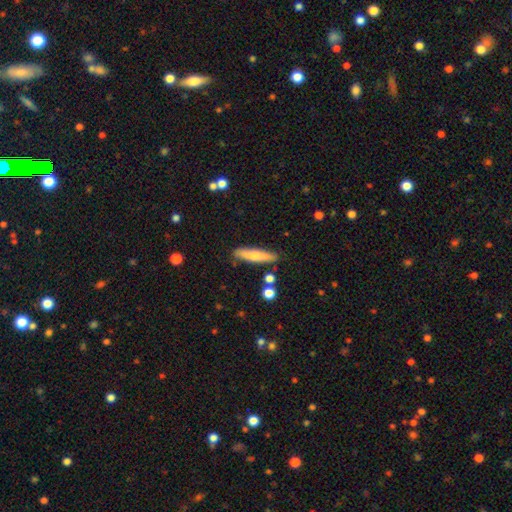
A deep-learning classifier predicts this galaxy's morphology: type=smooth (72%); roundness=cigar-shaped (82%); merging=none (85%).